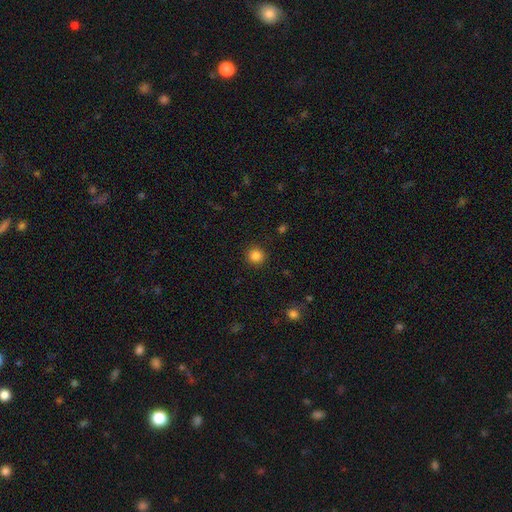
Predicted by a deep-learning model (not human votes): Smooth or featured?
  - smooth: 85% *
  - star or artifact: 11%
  - featured or disk: 4%
How rounded?
  - round: 94% *
  - in between: 5%
  - cigar-shaped: 1%
Merging?
  - none: 91% *
  - minor disturbance: 5%
  - major disturbance: 2%
  - merger: 1%